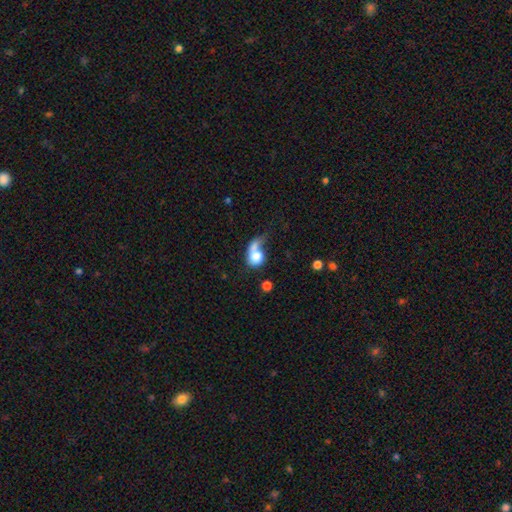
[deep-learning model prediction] Smooth or featured? smooth (69%)
How rounded? in between (50%)
Merging? merger (38%)